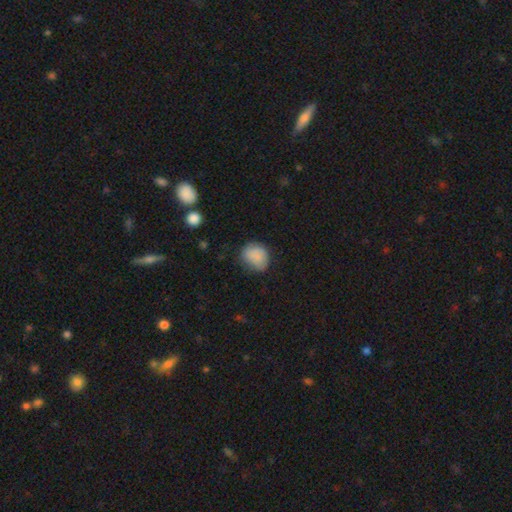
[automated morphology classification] smooth_or_featured: smooth (p=0.85) [alt: star or artifact p=0.08]
how_rounded: round (p=0.63) [alt: in between p=0.36]
merging: none (p=0.67) [alt: minor disturbance p=0.25]